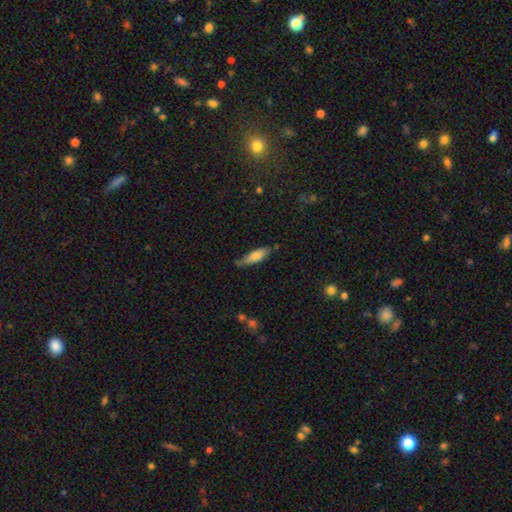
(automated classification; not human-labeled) This appears to be a smooth galaxy with no disk features (70%) that is cigar-shaped (58%). Merging: none (69%).